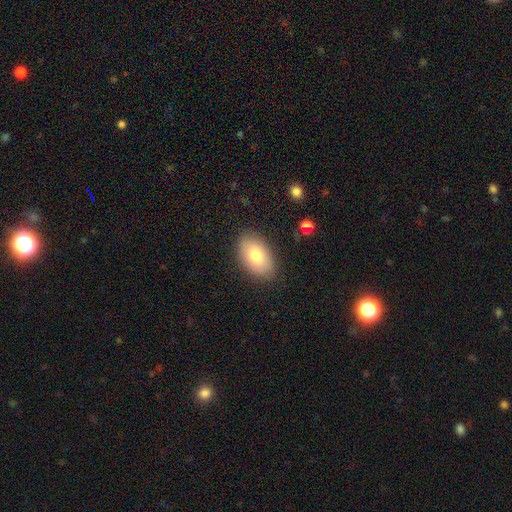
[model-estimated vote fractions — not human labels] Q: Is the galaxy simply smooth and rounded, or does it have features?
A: smooth — 78%.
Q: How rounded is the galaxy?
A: in between — 92%.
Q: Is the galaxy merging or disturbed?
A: none — 84%.